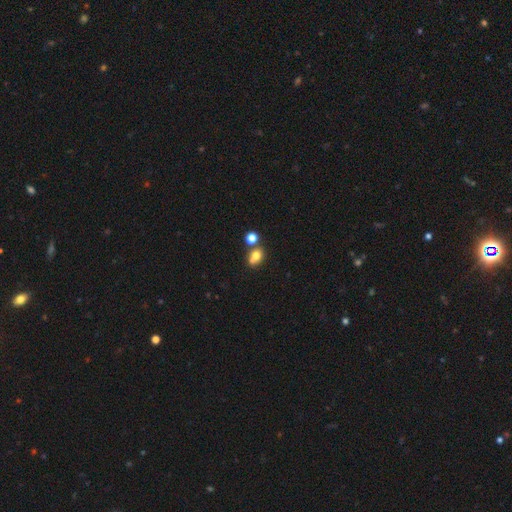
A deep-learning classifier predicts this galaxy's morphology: A smooth galaxy with no disk features (72%) that is round (58%). Merging: merger (44%).